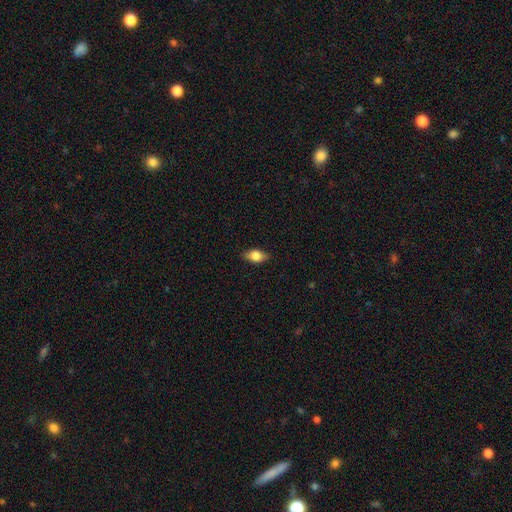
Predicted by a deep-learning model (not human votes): Overall: smooth (71%). How rounded: in between (82%). Merging: none (86%).